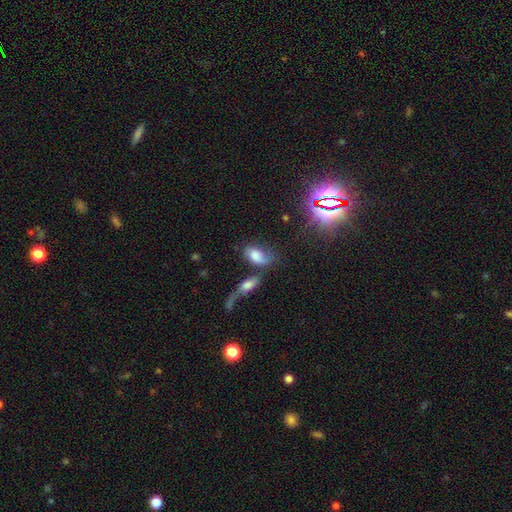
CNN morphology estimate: Q: Smooth or featured?
A: smooth (65%); runner-up: featured or disk (22%)
Q: How rounded?
A: in between (91%); runner-up: round (6%)
Q: Merging?
A: merger (34%); runner-up: none (31%)